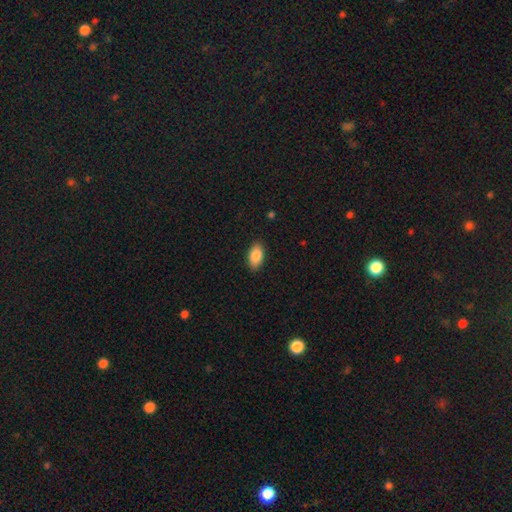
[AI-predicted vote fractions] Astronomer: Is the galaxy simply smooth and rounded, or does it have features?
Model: smooth — 86%.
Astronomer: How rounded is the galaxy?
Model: in between — 93%.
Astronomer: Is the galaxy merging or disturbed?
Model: none — 88%.